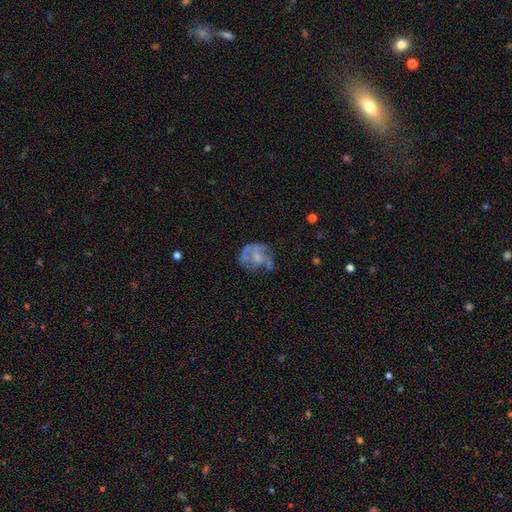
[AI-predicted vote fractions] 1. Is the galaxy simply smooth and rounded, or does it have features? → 59% featured or disk, 30% smooth, 11% star or artifact.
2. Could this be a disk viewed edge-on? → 98% no, 2% yes.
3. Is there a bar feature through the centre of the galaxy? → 76% no, 20% weak, 4% strong.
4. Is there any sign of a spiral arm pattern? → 62% no, 38% yes.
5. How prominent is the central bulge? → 37% none, 30% small, 28% moderate, 3% large, 1% dominant.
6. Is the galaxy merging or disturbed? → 37% none, 31% major disturbance, 22% minor disturbance, 9% merger.